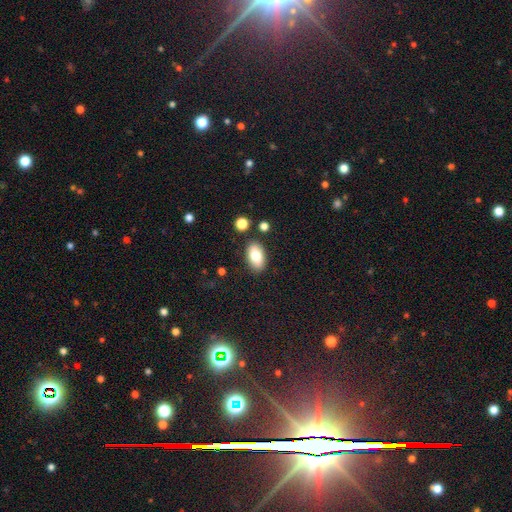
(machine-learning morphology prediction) Smooth or featured? Predicted: smooth (p=0.80). How rounded? Predicted: in between (p=0.93). Merging? Predicted: none (p=0.85).